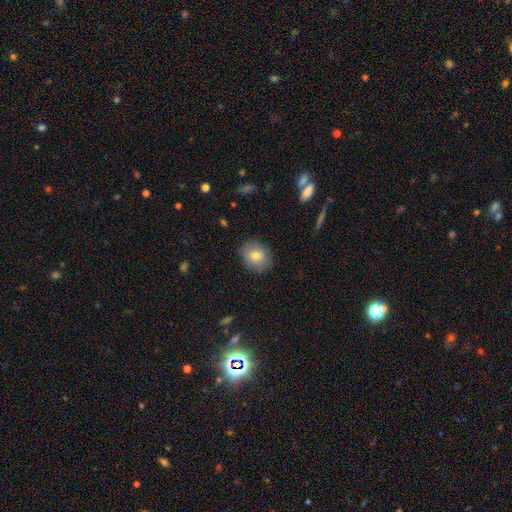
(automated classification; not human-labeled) smooth 78%, featured or disk 14%, star or artifact 8%. Down the decision tree: how rounded — round (58%); merging — none (86%).